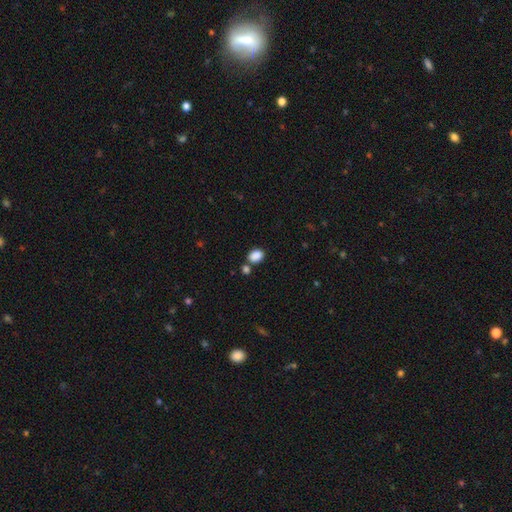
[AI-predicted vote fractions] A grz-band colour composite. It shows a smooth galaxy with no disk features (87%) that is in between round and cigar-shaped (70%). Merging: none (65%).